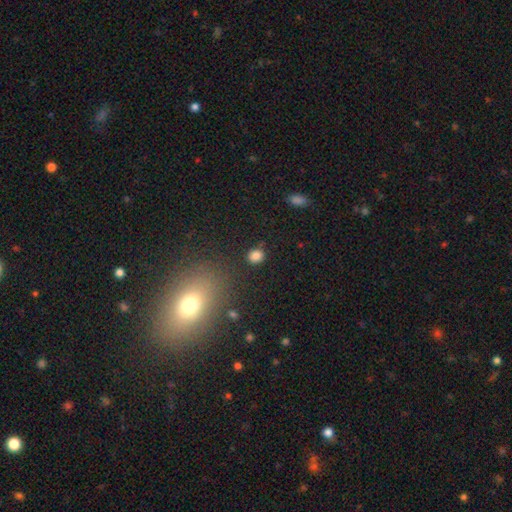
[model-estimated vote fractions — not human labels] Q: Smooth or featured?
A: smooth (83%); runner-up: star or artifact (12%)
Q: How rounded?
A: round (73%); runner-up: in between (26%)
Q: Merging?
A: none (85%); runner-up: minor disturbance (9%)